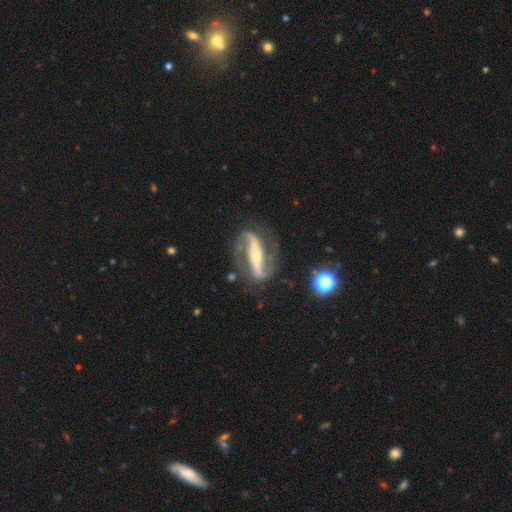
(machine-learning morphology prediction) Q: Smooth or featured?
A: featured or disk (91%); runner-up: smooth (5%)
Q: Edge-on disk?
A: no (92%); runner-up: yes (8%)
Q: Bar?
A: strong (70%); runner-up: no (16%)
Q: Spiral arms?
A: yes (96%); runner-up: no (4%)
Q: Spiral winding?
A: medium (45%); runner-up: loose (34%)
Q: Spiral arm count?
A: 2 (93%); runner-up: can't tell (2%)
Q: Bulge size?
A: small (59%); runner-up: moderate (37%)
Q: Merging?
A: none (78%); runner-up: minor disturbance (13%)